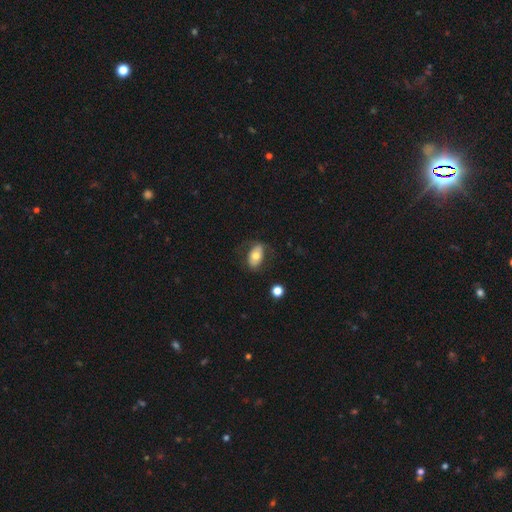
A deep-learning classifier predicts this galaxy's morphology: Smooth or featured? smooth (64%)
How rounded? in between (90%)
Merging? none (66%)